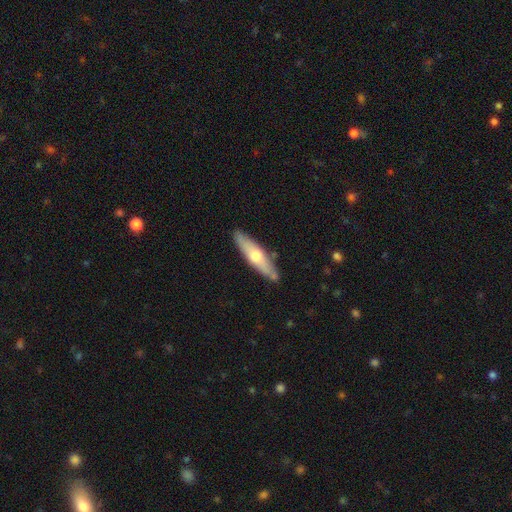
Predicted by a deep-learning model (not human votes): A smooth galaxy with no disk features (49%).

Vote fractions:
- Smooth or featured? smooth: 49% / featured or disk: 45% / star or artifact: 5%
- Merging? none: 84% / minor disturbance: 12% / merger: 2% / major disturbance: 2%